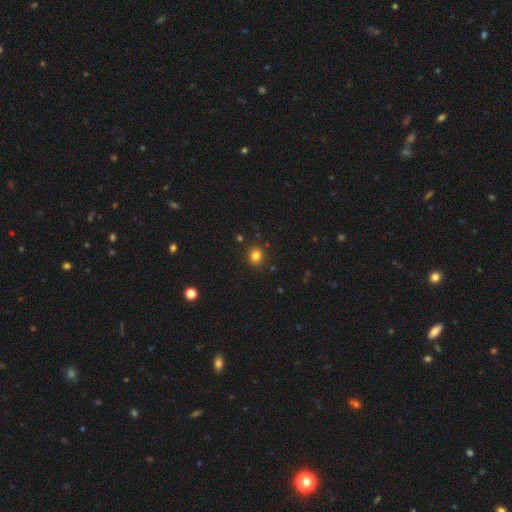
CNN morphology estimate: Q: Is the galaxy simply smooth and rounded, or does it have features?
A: smooth — 82%.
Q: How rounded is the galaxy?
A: round — 82%.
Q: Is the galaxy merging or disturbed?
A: none — 89%.